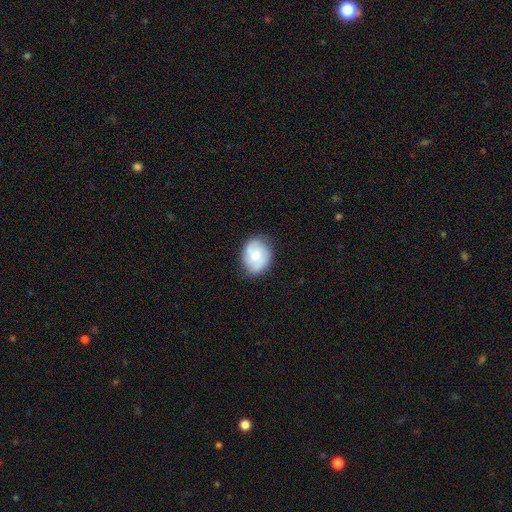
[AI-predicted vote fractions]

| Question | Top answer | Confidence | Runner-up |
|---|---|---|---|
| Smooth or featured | smooth | 58% | featured or disk (35%) |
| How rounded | round | 50% | in between (49%) |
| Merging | none | 76% | minor disturbance (18%) |